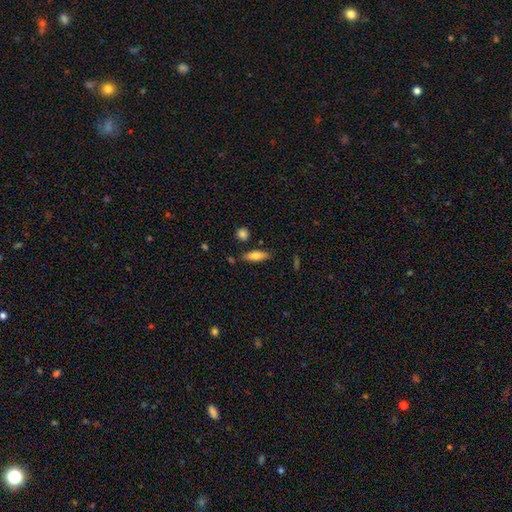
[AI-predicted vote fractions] smooth-or-featured: smooth: 69% | featured or disk: 24% | star or artifact: 7%
  how-rounded: cigar-shaped: 49% | in between: 48% | round: 3%
  merging: none: 80% | minor disturbance: 13% | merger: 4% | major disturbance: 3%